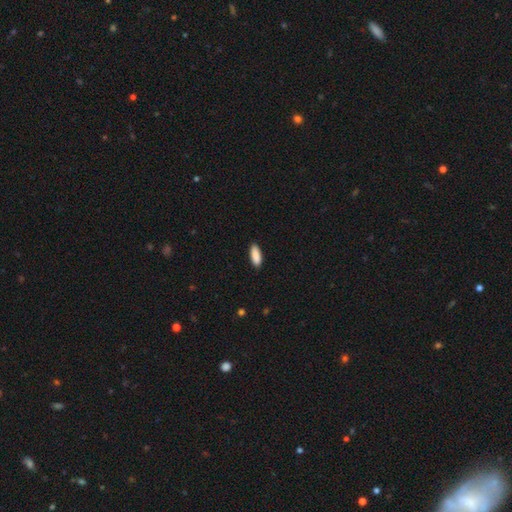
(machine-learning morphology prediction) Smooth or featured?
  - smooth: 90% *
  - star or artifact: 6%
  - featured or disk: 4%
How rounded?
  - in between: 76% *
  - cigar-shaped: 22%
  - round: 2%
Merging?
  - none: 89% *
  - minor disturbance: 9%
  - major disturbance: 2%
  - merger: 1%